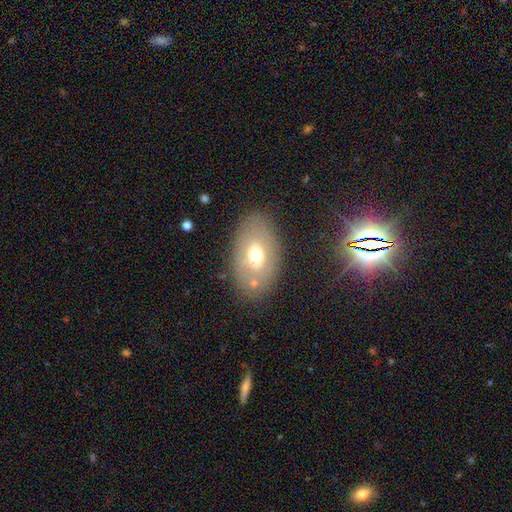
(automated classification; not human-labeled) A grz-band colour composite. It shows a smooth galaxy with no disk features (57%) that is in between round and cigar-shaped (86%). Merging: none (78%).